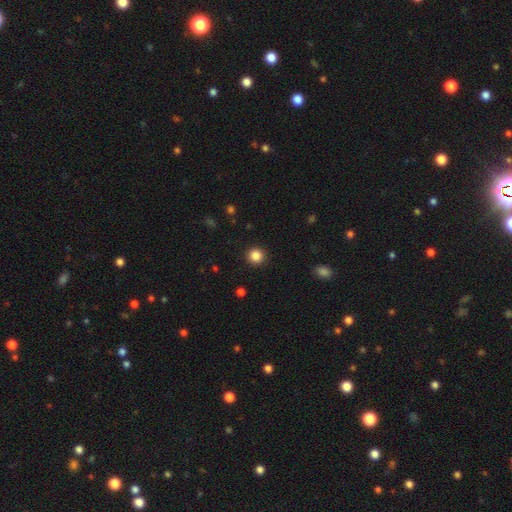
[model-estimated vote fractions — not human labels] smooth-or-featured: smooth: 86% | star or artifact: 11% | featured or disk: 3%
  how-rounded: round: 94% | in between: 5% | cigar-shaped: 1%
  merging: none: 92% | minor disturbance: 5% | major disturbance: 2% | merger: 1%